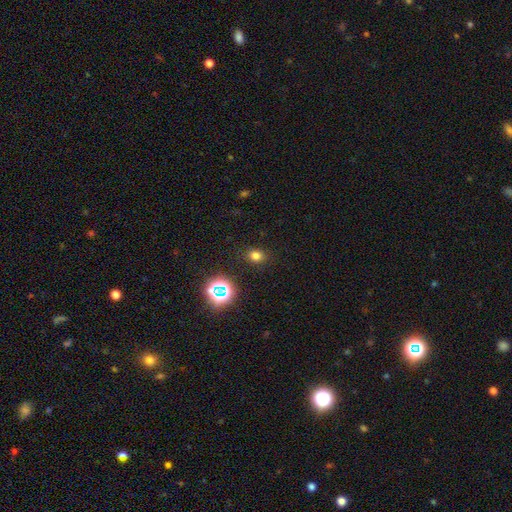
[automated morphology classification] smooth-or-featured: smooth: 73% | star or artifact: 21% | featured or disk: 6%
  how-rounded: round: 54% | in between: 45% | cigar-shaped: 1%
  merging: none: 87% | minor disturbance: 9% | major disturbance: 3% | merger: 1%